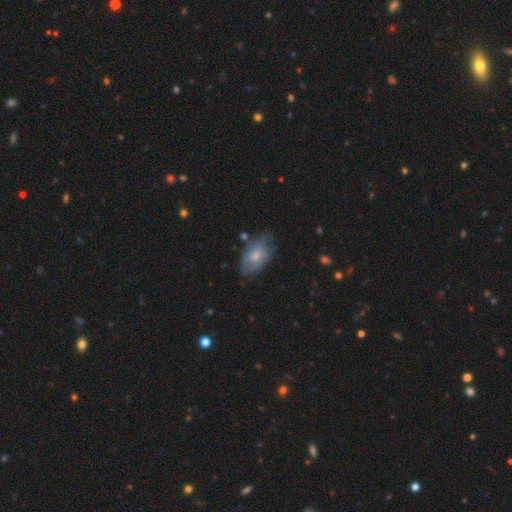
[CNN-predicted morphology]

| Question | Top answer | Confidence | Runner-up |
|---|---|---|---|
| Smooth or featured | smooth | 58% | featured or disk (34%) |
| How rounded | in between | 90% | round (8%) |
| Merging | none | 54% | minor disturbance (32%) |